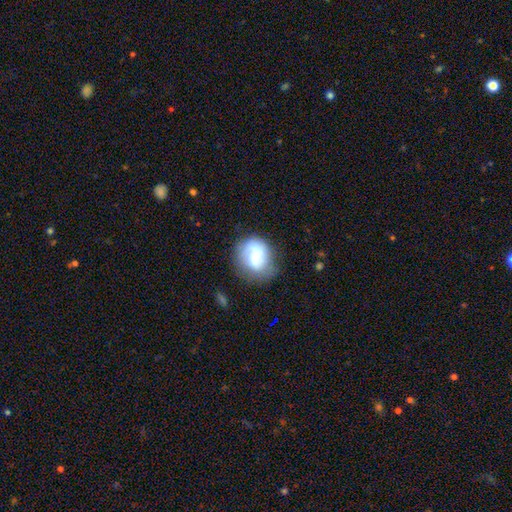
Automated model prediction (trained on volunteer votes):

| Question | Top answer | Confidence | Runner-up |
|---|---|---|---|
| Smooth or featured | smooth | 70% | featured or disk (22%) |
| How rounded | round | 63% | in between (36%) |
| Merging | none | 52% | minor disturbance (28%) |